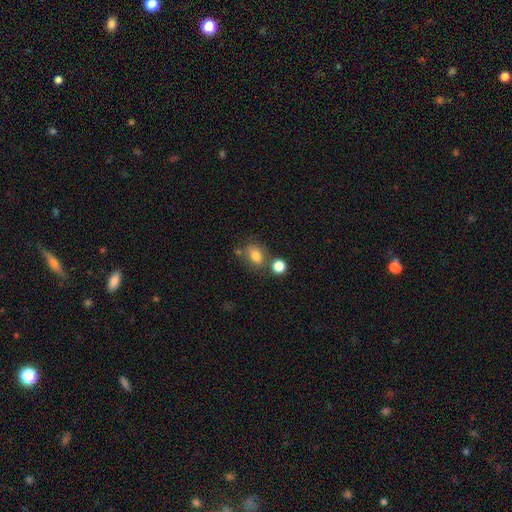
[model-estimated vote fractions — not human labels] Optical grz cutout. It shows a smooth galaxy with no disk features (79%) that is in between round and cigar-shaped (67%). Merging: none (61%).